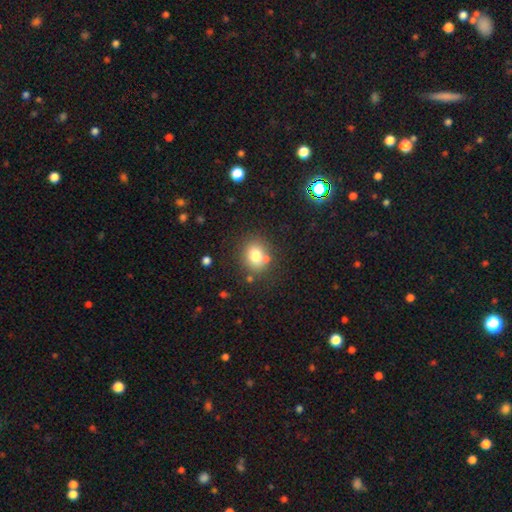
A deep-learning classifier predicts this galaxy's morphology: Smooth or featured? Predicted: smooth (p=0.77). How rounded? Predicted: round (p=0.63). Merging? Predicted: none (p=0.73).